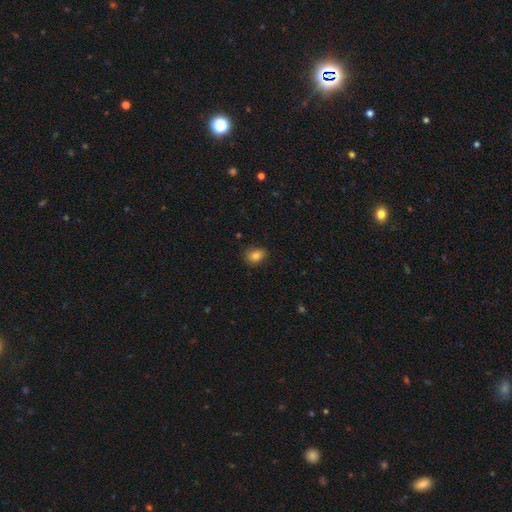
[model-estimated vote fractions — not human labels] smooth 82%, star or artifact 10%, featured or disk 8%. Down the decision tree: how rounded — in between (65%); merging — none (79%).